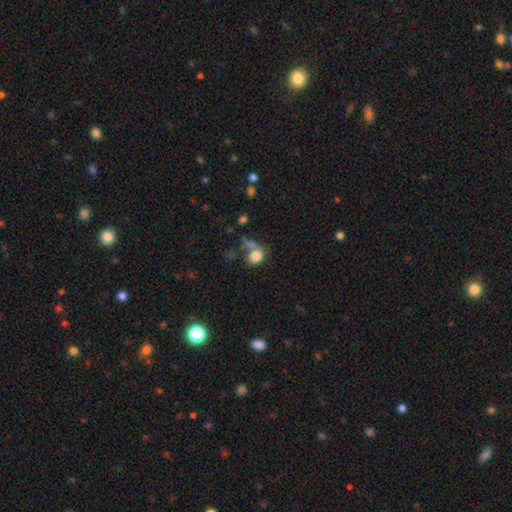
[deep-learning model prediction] Smooth or featured? smooth (81%)
How rounded? round (67%)
Merging? none (47%)